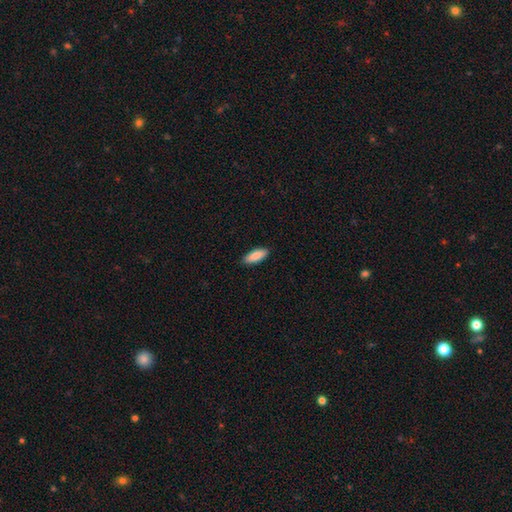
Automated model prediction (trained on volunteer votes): Smooth or featured? Predicted: smooth (p=0.89). How rounded? Predicted: in between (p=0.71). Merging? Predicted: none (p=0.89).